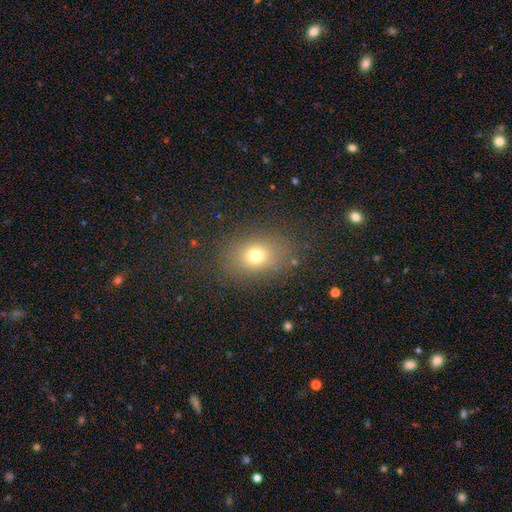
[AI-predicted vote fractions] Q: Smooth or featured?
A: smooth (72%); runner-up: star or artifact (17%)
Q: How rounded?
A: in between (61%); runner-up: round (37%)
Q: Merging?
A: none (81%); runner-up: minor disturbance (11%)